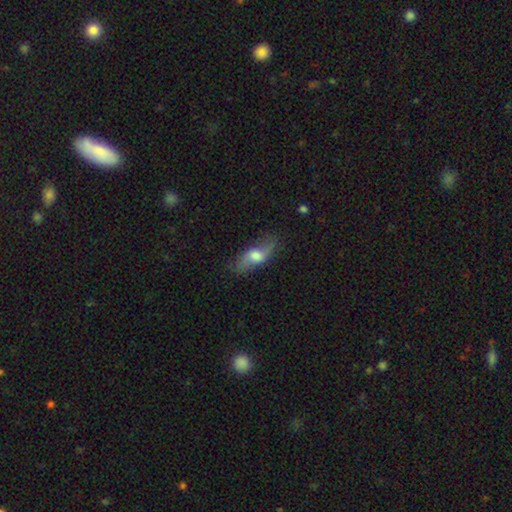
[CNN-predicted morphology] Smooth or featured: featured or disk — 52% (smooth — 41%)
Edge-on disk: no — 76% (yes — 24%)
Merging: none — 71% (minor disturbance — 20%)